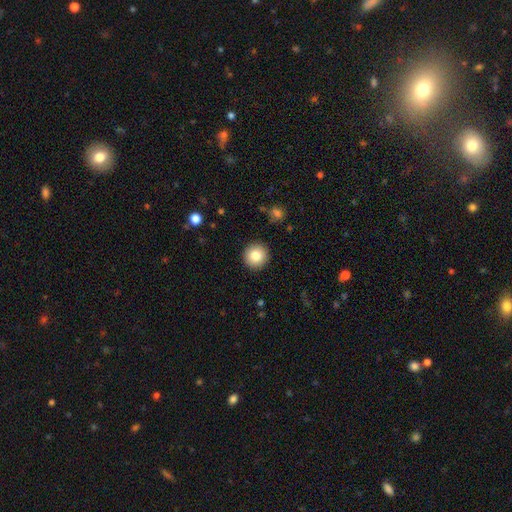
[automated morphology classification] The model was most divided on "smooth or featured": smooth: 82%, star or artifact: 9%, featured or disk: 8%. More confident: how rounded — round (95%); merging — none (92%).